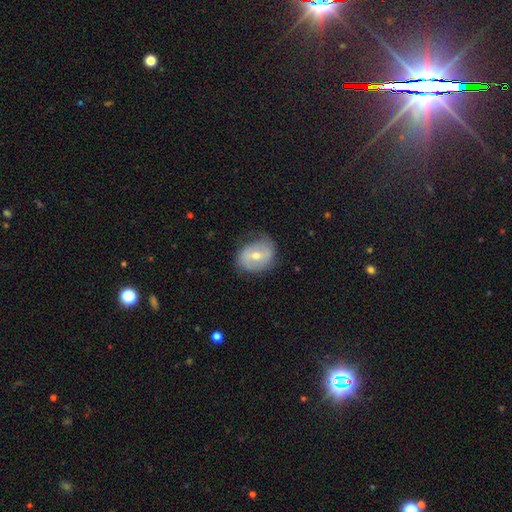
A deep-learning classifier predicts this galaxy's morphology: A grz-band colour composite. It shows a featured or disk galaxy (49%). Merging: none (68%).